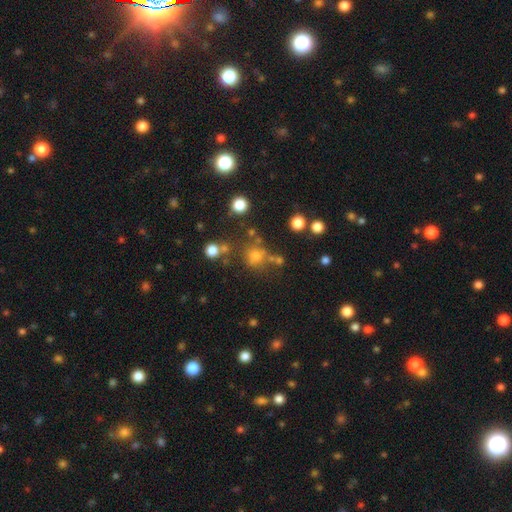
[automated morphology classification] smooth_or_featured: smooth (p=0.64) [alt: star or artifact p=0.26]
how_rounded: round (p=0.86) [alt: in between p=0.13]
merging: none (p=0.66) [alt: merger p=0.16]